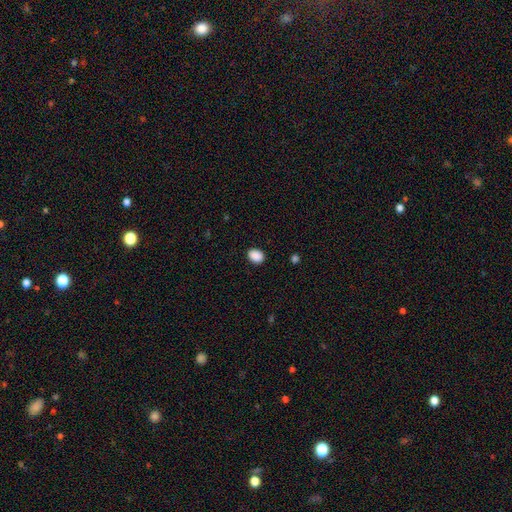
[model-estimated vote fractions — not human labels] This is clearly a smooth galaxy (89%). How rounded: likely in between (65%). Merging: clearly none (89%).